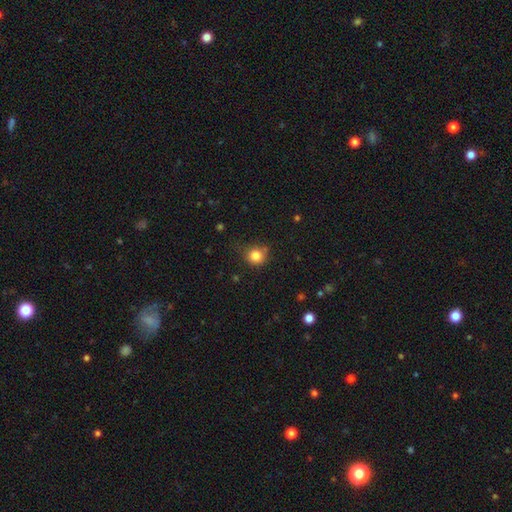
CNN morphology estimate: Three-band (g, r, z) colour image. It shows a smooth galaxy with no disk features (83%) that is round (89%). Merging: none (72%).